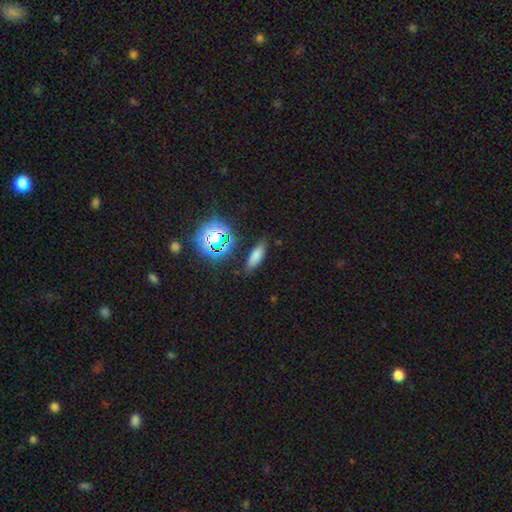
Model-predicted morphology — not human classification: type=smooth (70%); roundness=in between (61%); merging=none (83%).